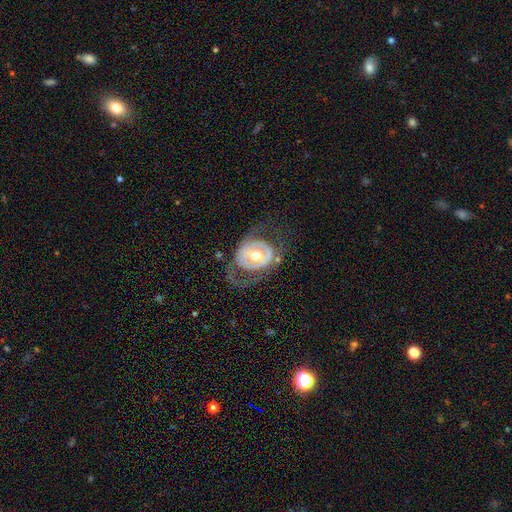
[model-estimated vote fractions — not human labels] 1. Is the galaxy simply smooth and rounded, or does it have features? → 73% featured or disk, 22% smooth, 5% star or artifact.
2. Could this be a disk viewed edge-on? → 95% no, 5% yes.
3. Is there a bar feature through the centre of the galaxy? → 59% no, 28% weak, 13% strong.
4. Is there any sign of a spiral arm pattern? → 54% no, 46% yes.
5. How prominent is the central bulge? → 76% moderate, 12% large, 10% small, 1% dominant, 1% none.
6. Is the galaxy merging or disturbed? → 49% none, 29% major disturbance, 19% minor disturbance, 2% merger.